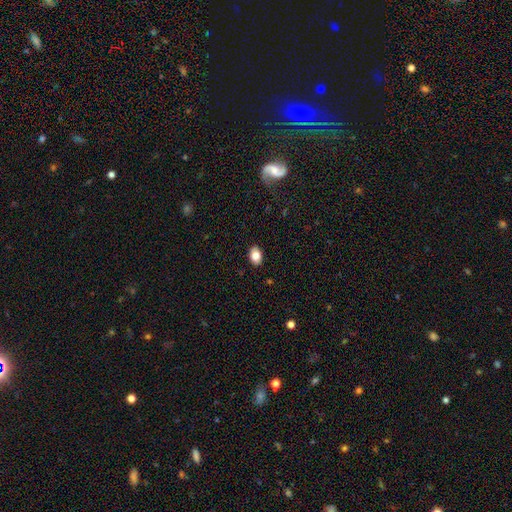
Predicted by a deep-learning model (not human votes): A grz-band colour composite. It shows a smooth galaxy with no disk features (85%) that is in between round and cigar-shaped (86%). Merging: none (88%).